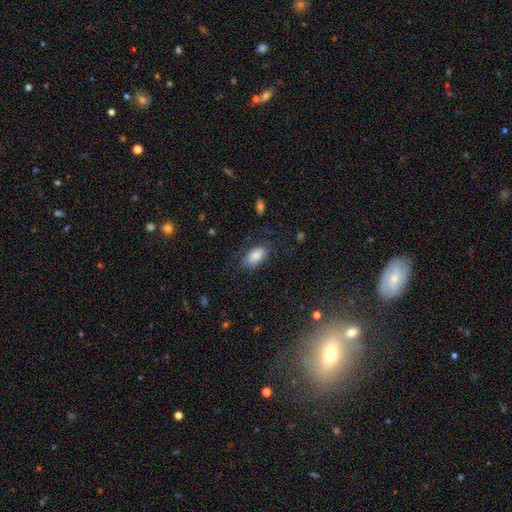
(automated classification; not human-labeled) Smooth or featured? Predicted: smooth (p=0.78). How rounded? Predicted: in between (p=0.93). Merging? Predicted: none (p=0.68).